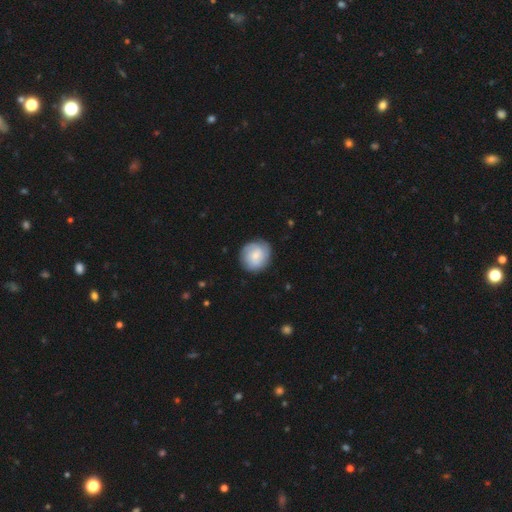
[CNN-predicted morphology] A smooth galaxy with no disk features (60%) that is round (86%). Merging: none (83%).